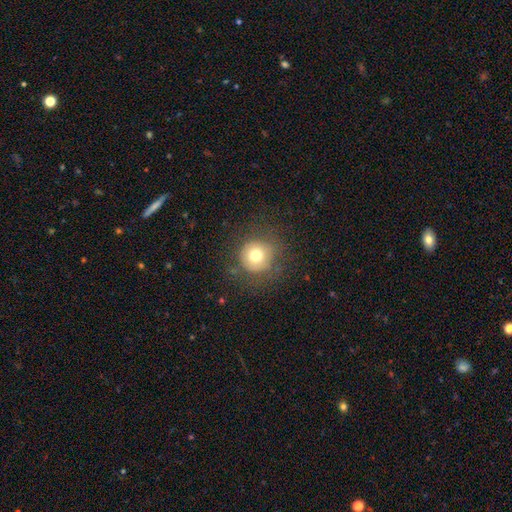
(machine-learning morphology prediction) Smooth or featured?
  - smooth: 73% *
  - featured or disk: 15%
  - star or artifact: 12%
How rounded?
  - round: 93% *
  - in between: 6%
  - cigar-shaped: 1%
Merging?
  - none: 77% *
  - minor disturbance: 14%
  - major disturbance: 8%
  - merger: 1%